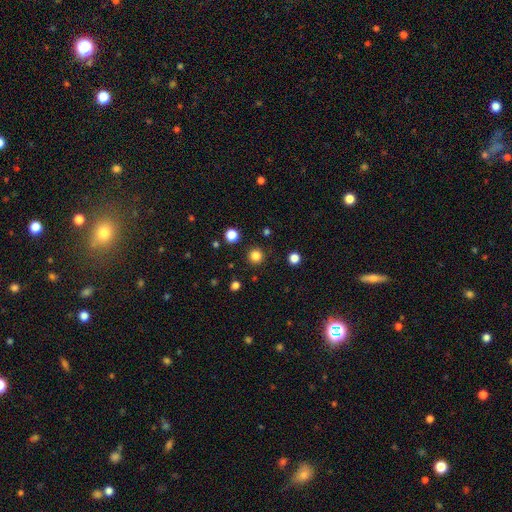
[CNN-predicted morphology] smooth_or_featured: smooth (p=0.83) [alt: star or artifact p=0.14]
how_rounded: round (p=0.96) [alt: in between p=0.03]
merging: none (p=0.92) [alt: minor disturbance p=0.05]